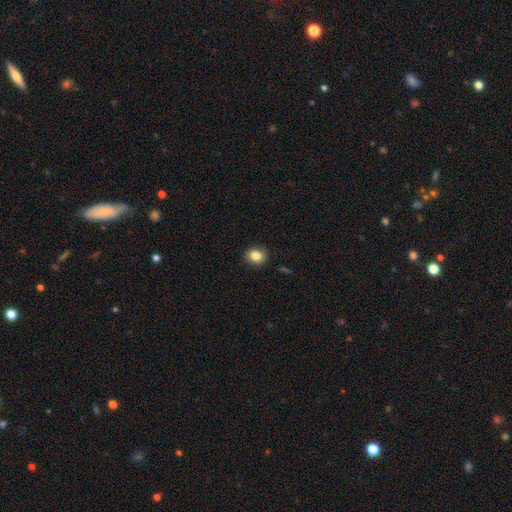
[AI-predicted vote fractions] smooth 85%, star or artifact 10%, featured or disk 6%. Down the decision tree: how rounded — round (68%); merging — none (89%).